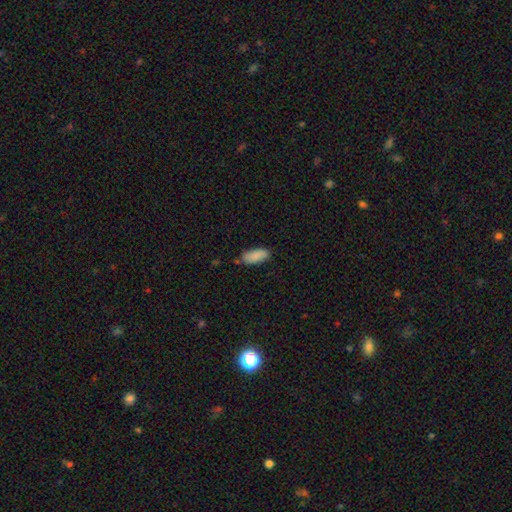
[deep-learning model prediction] Smooth or featured? smooth (87%)
How rounded? in between (82%)
Merging? none (72%)